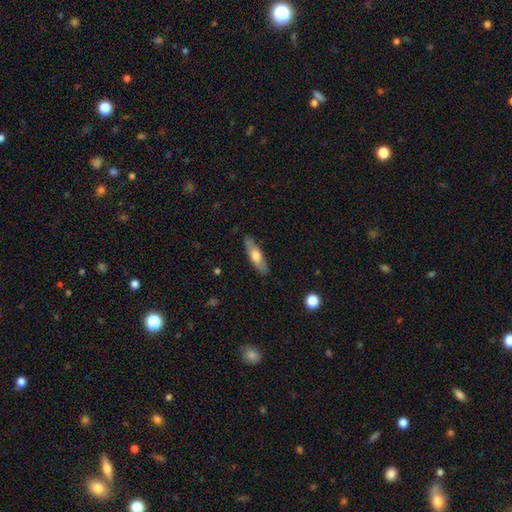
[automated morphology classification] smooth 59%, featured or disk 36%, star or artifact 6%. Down the decision tree: how rounded — cigar-shaped (57%); merging — none (86%).